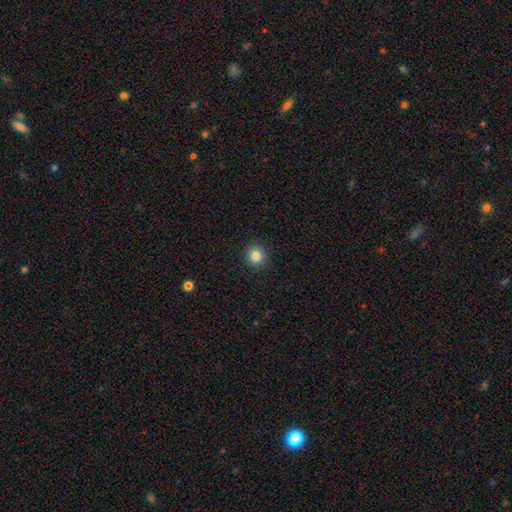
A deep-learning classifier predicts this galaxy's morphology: type=smooth (84%); roundness=round (89%); merging=none (91%).